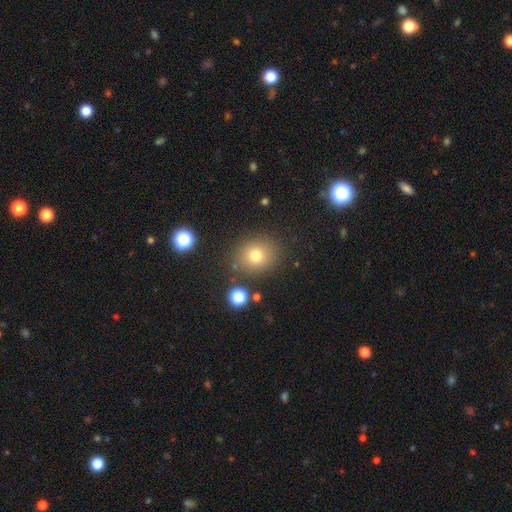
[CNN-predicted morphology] Q: Smooth or featured?
A: smooth (75%); runner-up: star or artifact (15%)
Q: How rounded?
A: round (74%); runner-up: in between (25%)
Q: Merging?
A: none (83%); runner-up: minor disturbance (10%)